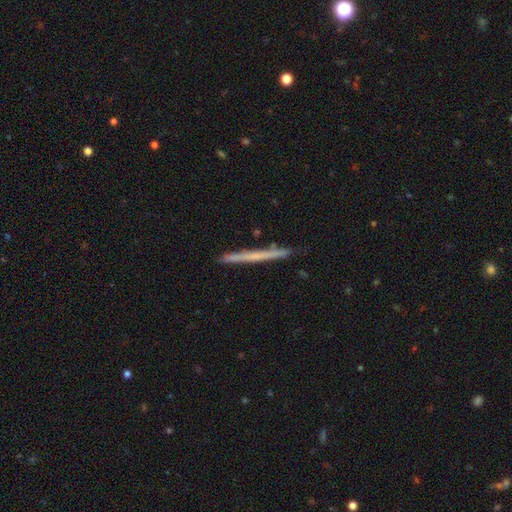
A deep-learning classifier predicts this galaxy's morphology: Smooth or featured?
  - smooth: 48% *
  - featured or disk: 46%
  - star or artifact: 6%
Merging?
  - none: 90% *
  - minor disturbance: 8%
  - merger: 1%
  - major disturbance: 1%